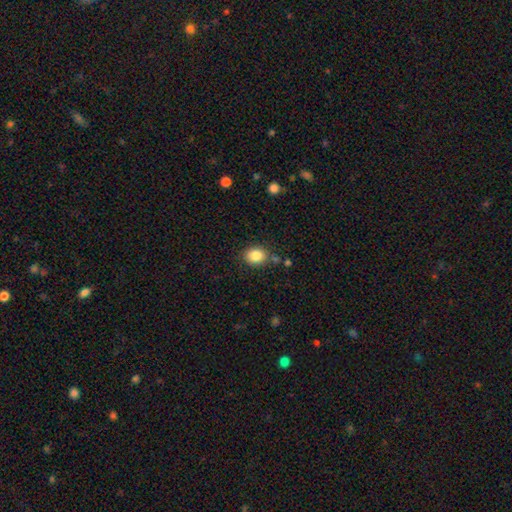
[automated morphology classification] This appears to be a smooth galaxy with no disk features (85%) that is round (59%). Merging: none (82%).